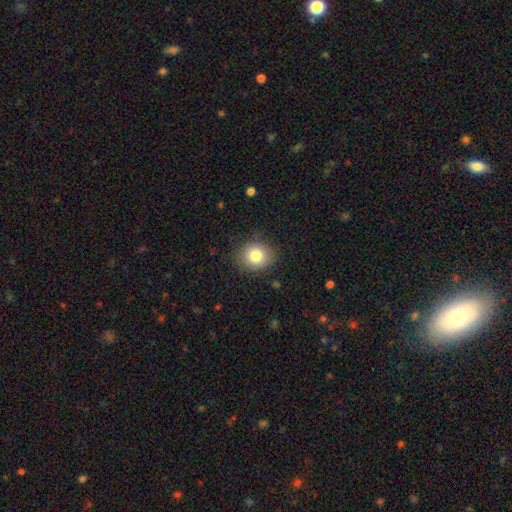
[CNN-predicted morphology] Smooth or featured? Predicted: smooth (p=0.81). How rounded? Predicted: round (p=0.76). Merging? Predicted: none (p=0.86).